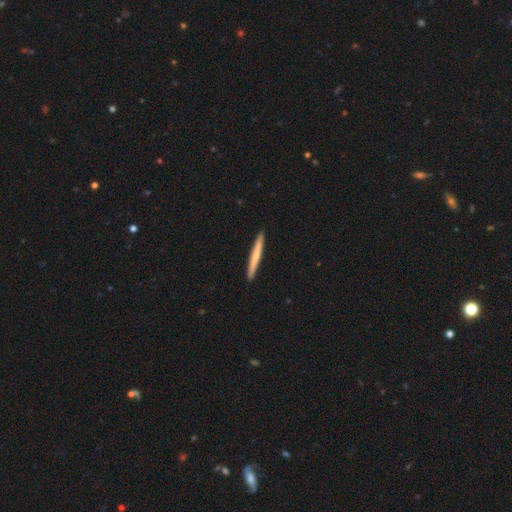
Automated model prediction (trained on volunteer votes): A smooth galaxy with no disk features (63%) that is cigar-shaped (97%).

Vote fractions:
- Smooth or featured? smooth: 63% / featured or disk: 32% / star or artifact: 5%
- How rounded? cigar-shaped: 97% / in between: 2% / round: 1%
- Merging? none: 93% / minor disturbance: 5% / major disturbance: 1% / merger: 1%